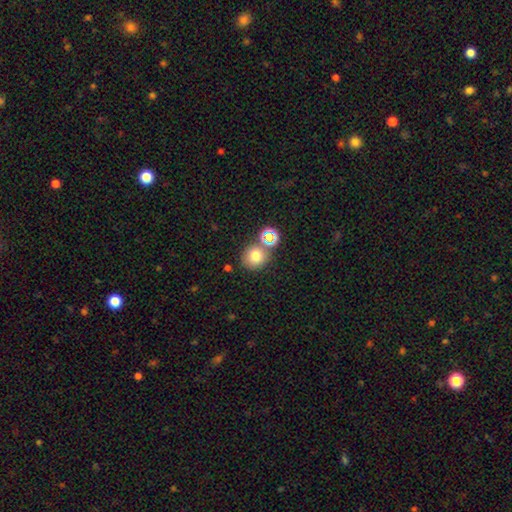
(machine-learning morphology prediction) The model was most divided on "merging": none: 68%, merger: 19%, minor disturbance: 10%, major disturbance: 4%. More confident: how rounded — round (80%); smooth or featured — smooth (73%).